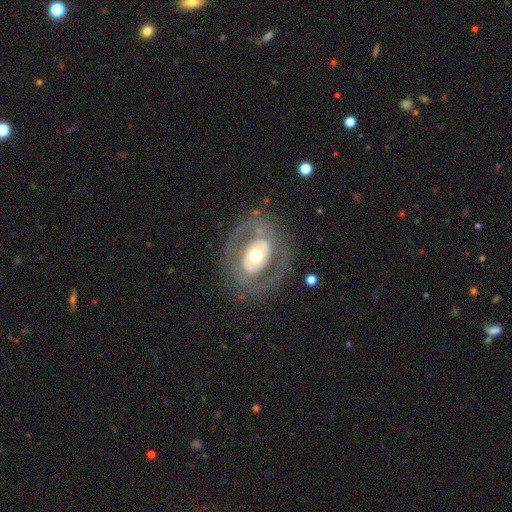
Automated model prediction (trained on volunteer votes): Smooth or featured? Predicted: featured or disk (p=0.66). Edge-on disk? Predicted: no (p=0.94). Bar? Predicted: no (p=0.72). Spiral arms? Predicted: no (p=0.72). Bulge size? Predicted: moderate (p=0.65). Merging? Predicted: none (p=0.74).